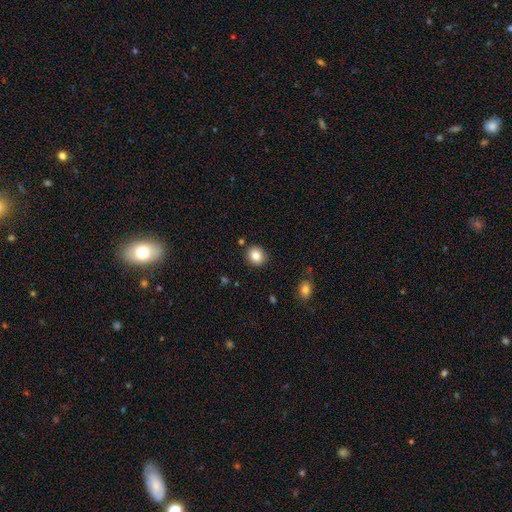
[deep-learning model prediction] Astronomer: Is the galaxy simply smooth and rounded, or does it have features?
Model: smooth — 84%.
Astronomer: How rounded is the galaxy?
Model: round — 80%.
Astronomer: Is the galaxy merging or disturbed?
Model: none — 88%.